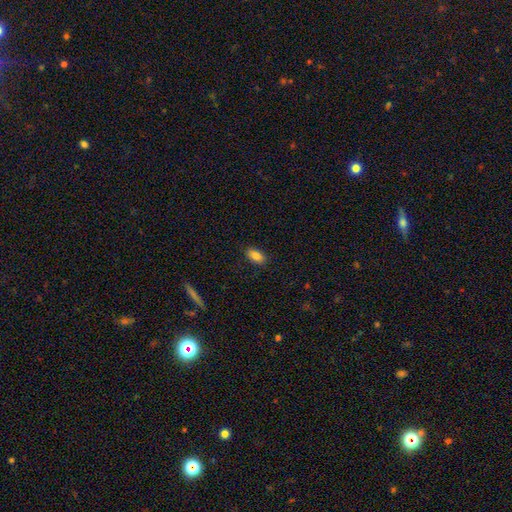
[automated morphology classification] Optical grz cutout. It shows a smooth galaxy with no disk features (86%) that is in between round and cigar-shaped (90%). Merging: none (86%).